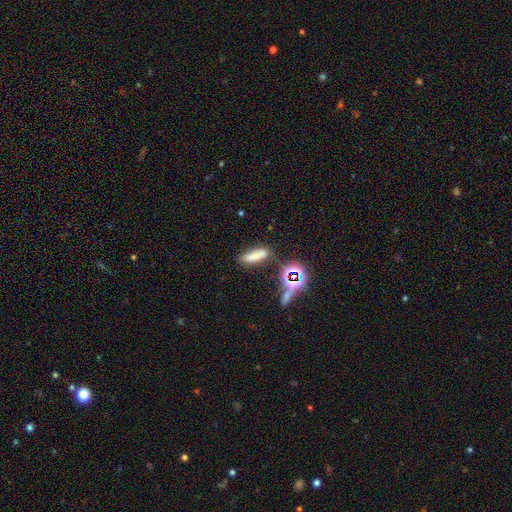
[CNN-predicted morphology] Smooth or featured: smooth — 62% (star or artifact — 23%)
How rounded: in between — 52% (cigar-shaped — 42%)
Merging: none — 60% (minor disturbance — 17%)